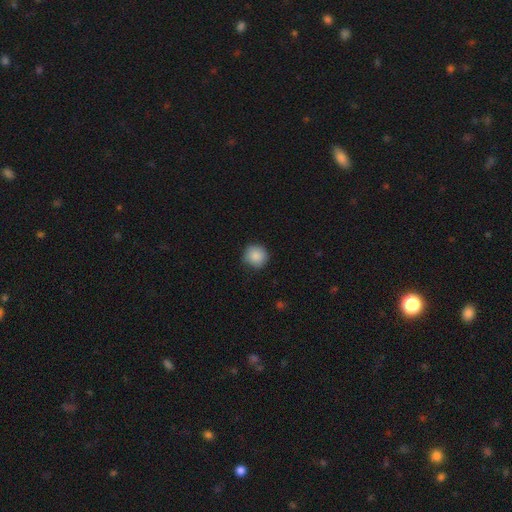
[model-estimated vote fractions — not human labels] The model was most divided on "merging": none: 85%, minor disturbance: 11%, major disturbance: 2%, merger: 1%. More confident: how rounded — round (94%); smooth or featured — smooth (88%).